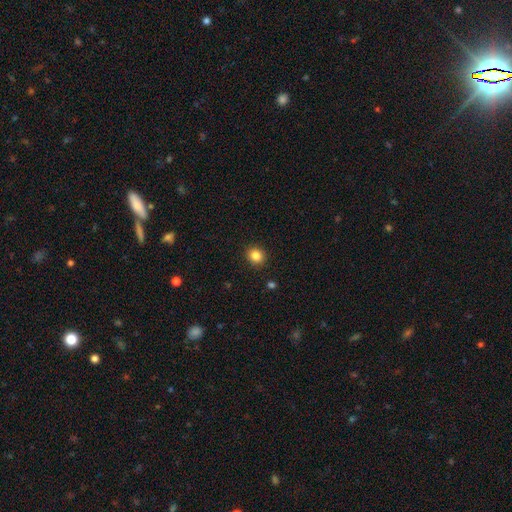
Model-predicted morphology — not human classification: Overall: smooth (85%). How rounded: round (80%). Merging: none (91%).